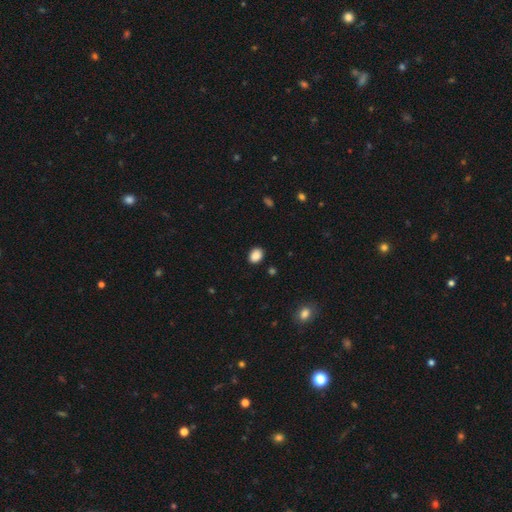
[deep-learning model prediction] This is clearly a smooth galaxy (88%). How rounded: possibly in between (60%). Merging: clearly none (88%).